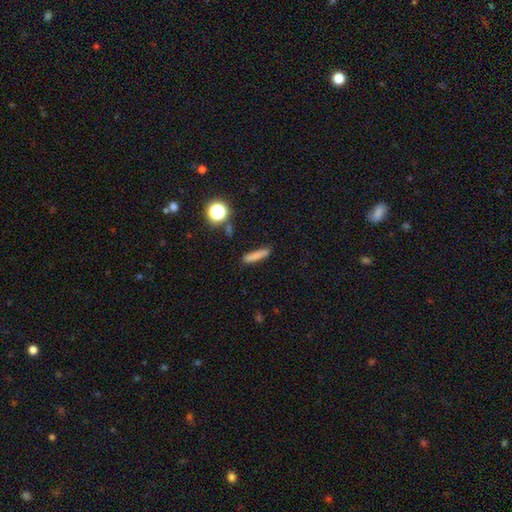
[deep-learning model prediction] This is likely a smooth galaxy (77%). How rounded: clearly cigar-shaped (85%). Merging: clearly none (81%).